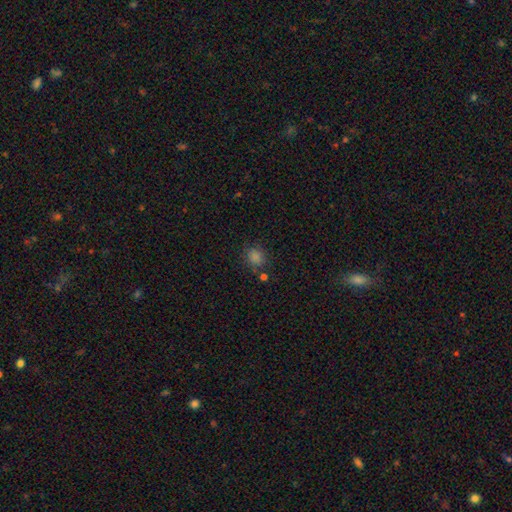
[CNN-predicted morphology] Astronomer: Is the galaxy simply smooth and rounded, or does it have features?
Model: smooth — 74%.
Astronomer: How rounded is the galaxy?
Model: round — 77%.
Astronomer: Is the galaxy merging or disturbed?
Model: none — 81%.